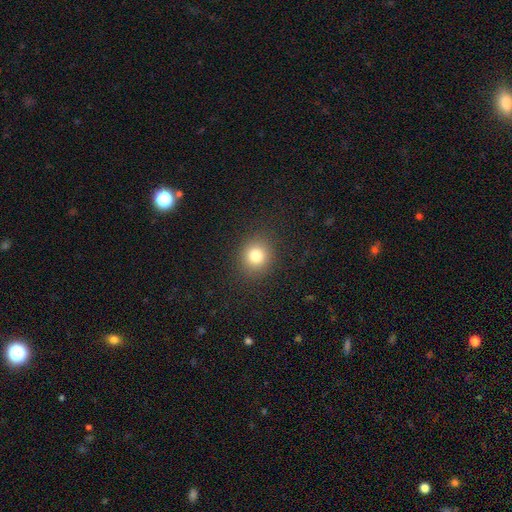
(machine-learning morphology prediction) Smooth or featured? Predicted: smooth (p=0.80). How rounded? Predicted: round (p=0.80). Merging? Predicted: none (p=0.89).